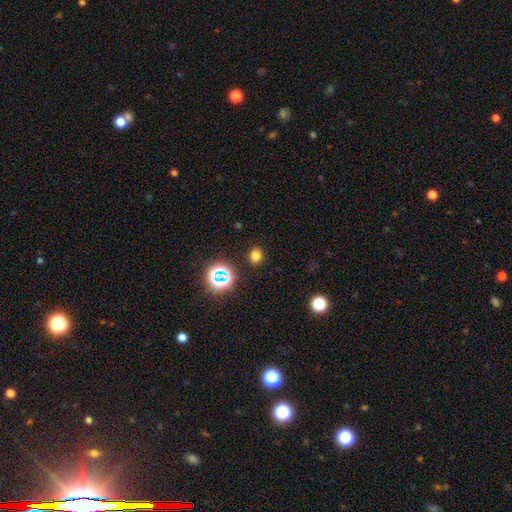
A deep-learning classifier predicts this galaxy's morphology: Smooth or featured? smooth (73%)
How rounded? round (73%)
Merging? none (89%)